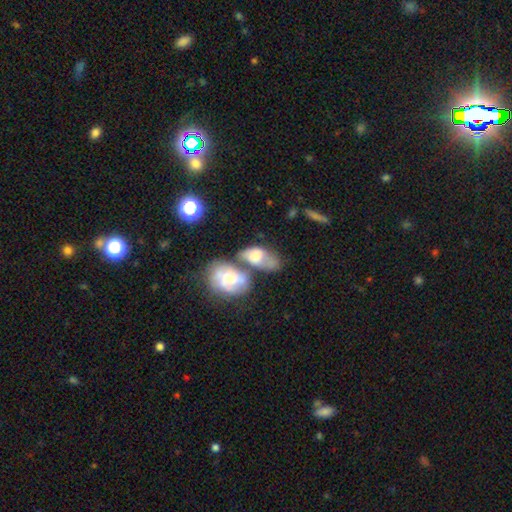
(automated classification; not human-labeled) smooth 53%, featured or disk 38%, star or artifact 8%. Down the decision tree: how rounded — in between (85%); merging — merger (52%).